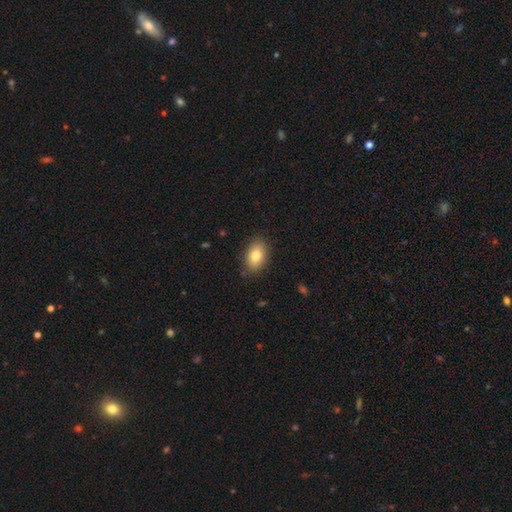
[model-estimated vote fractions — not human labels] A smooth galaxy with no disk features (82%) that is in between round and cigar-shaped (88%).

Vote fractions:
- Smooth or featured? smooth: 82% / featured or disk: 10% / star or artifact: 8%
- How rounded? in between: 88% / round: 11% / cigar-shaped: 2%
- Merging? none: 86% / minor disturbance: 11% / major disturbance: 3% / merger: 1%